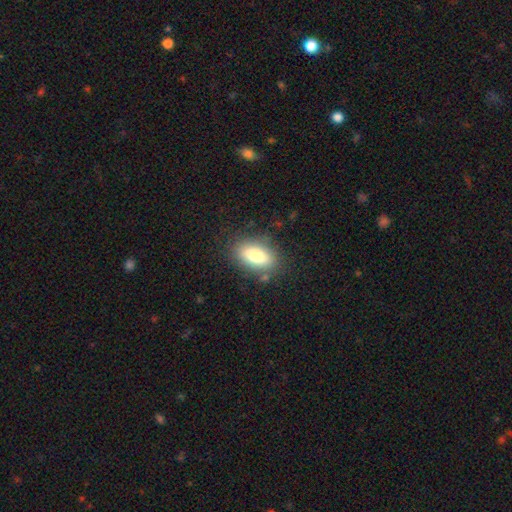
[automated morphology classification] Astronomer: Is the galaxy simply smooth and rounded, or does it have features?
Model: smooth — 79%.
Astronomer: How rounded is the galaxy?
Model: in between — 87%.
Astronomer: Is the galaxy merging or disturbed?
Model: none — 81%.